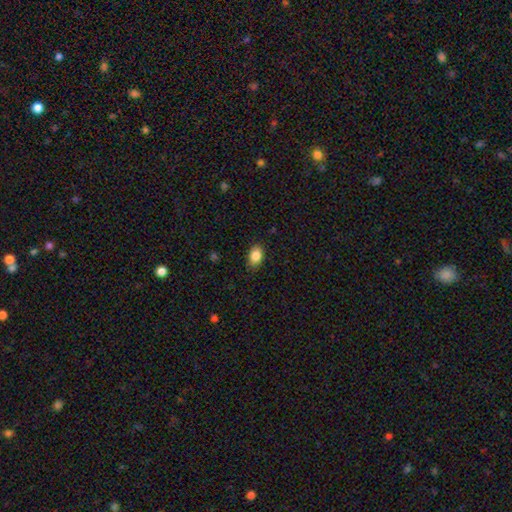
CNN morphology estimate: smooth_or_featured: smooth (p=0.86) [alt: star or artifact p=0.08]
how_rounded: in between (p=0.87) [alt: round p=0.12]
merging: none (p=0.86) [alt: minor disturbance p=0.11]